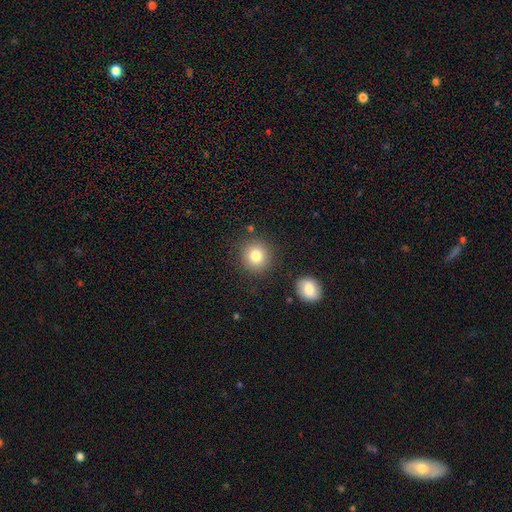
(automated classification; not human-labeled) smooth 81%, star or artifact 10%, featured or disk 8%. Down the decision tree: how rounded — round (91%); merging — none (85%).